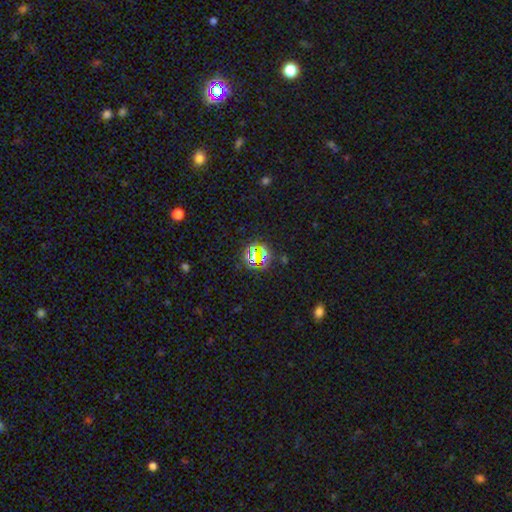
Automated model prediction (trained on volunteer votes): Q: Smooth or featured?
A: star or artifact (66%); runner-up: smooth (24%)